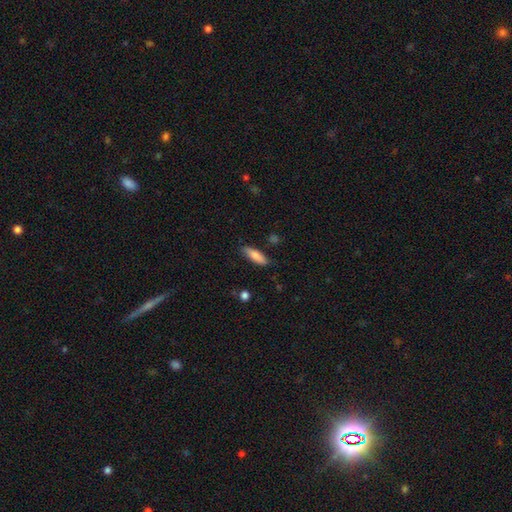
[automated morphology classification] smooth_or_featured: smooth (p=0.81) [alt: featured or disk p=0.13]
how_rounded: cigar-shaped (p=0.53) [alt: in between p=0.45]
merging: none (p=0.84) [alt: minor disturbance p=0.12]